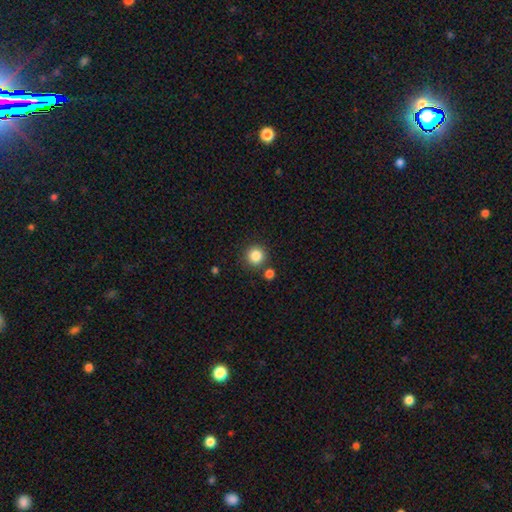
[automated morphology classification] smooth_or_featured: smooth (p=0.85) [alt: star or artifact p=0.10]
how_rounded: round (p=0.95) [alt: in between p=0.04]
merging: none (p=0.83) [alt: merger p=0.08]